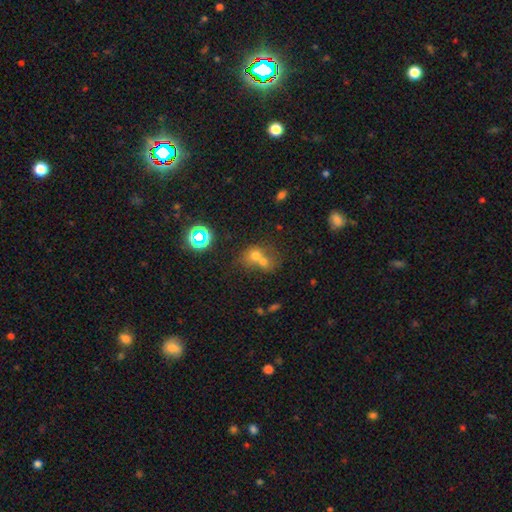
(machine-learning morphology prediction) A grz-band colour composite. It shows a smooth galaxy with no disk features (64%) that is round (67%). Merging: merger (63%).